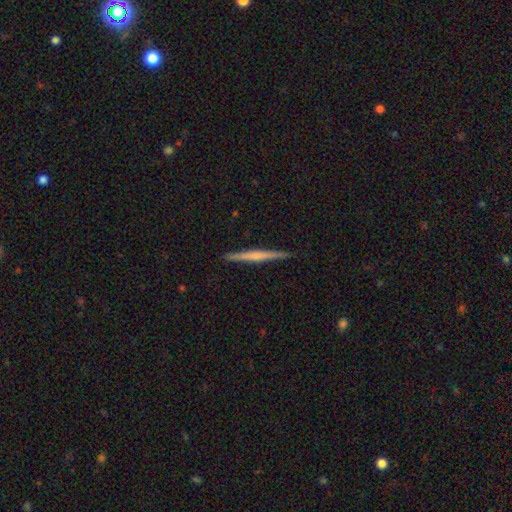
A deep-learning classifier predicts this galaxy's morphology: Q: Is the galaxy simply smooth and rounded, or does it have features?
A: featured or disk — 60%.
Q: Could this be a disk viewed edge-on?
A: yes — 98%.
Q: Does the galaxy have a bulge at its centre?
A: none — 52%.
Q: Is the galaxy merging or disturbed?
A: none — 92%.